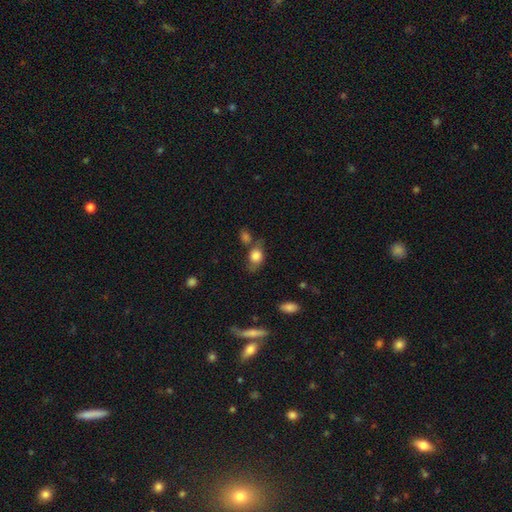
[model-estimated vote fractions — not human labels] The model was most divided on "merging": none: 47%, minor disturbance: 23%, merger: 18%, major disturbance: 11%. More confident: smooth or featured — smooth (74%); how rounded — in between (63%).